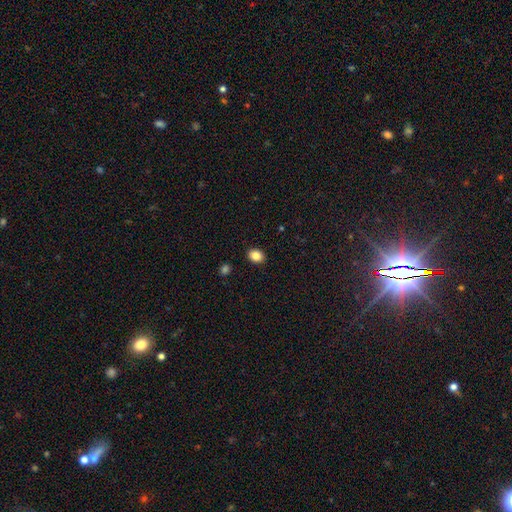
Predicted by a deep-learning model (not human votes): This is clearly a smooth galaxy (85%). How rounded: possibly in between (59%). Merging: clearly none (91%).